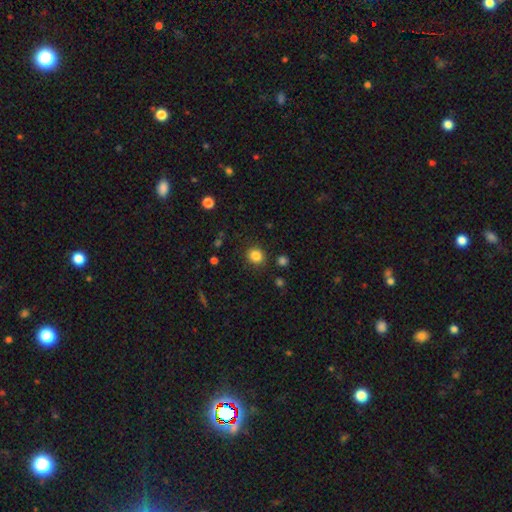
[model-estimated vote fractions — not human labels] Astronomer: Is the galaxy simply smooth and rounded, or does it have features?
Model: smooth — 84%.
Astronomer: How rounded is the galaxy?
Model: round — 78%.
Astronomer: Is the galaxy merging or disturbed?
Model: none — 87%.